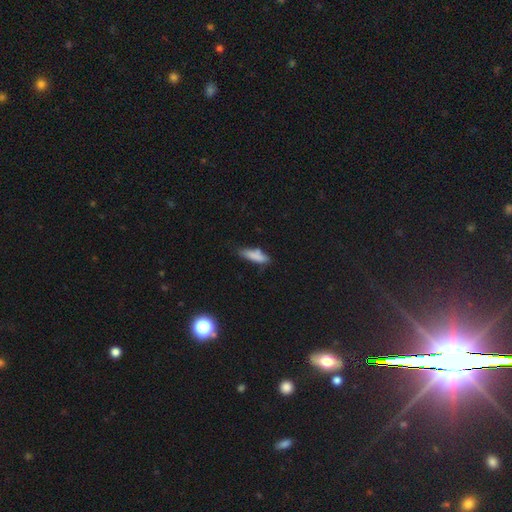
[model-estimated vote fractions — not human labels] smooth_or_featured: smooth (p=0.79) [alt: featured or disk p=0.12]
how_rounded: cigar-shaped (p=0.56) [alt: in between p=0.42]
merging: none (p=0.66) [alt: minor disturbance p=0.25]